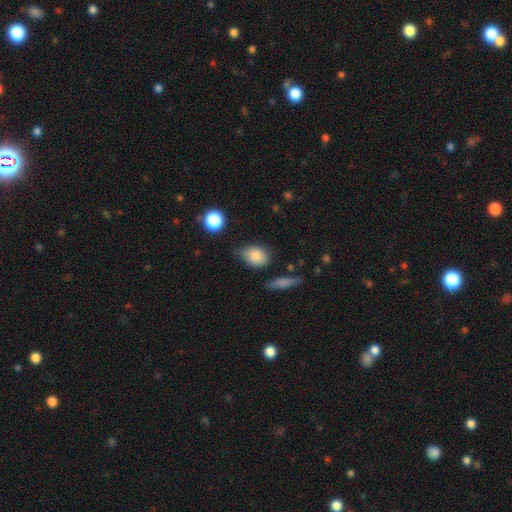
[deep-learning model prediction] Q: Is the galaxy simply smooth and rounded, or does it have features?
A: smooth — 84%.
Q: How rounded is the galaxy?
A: in between — 58%.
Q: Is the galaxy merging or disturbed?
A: none — 62%.